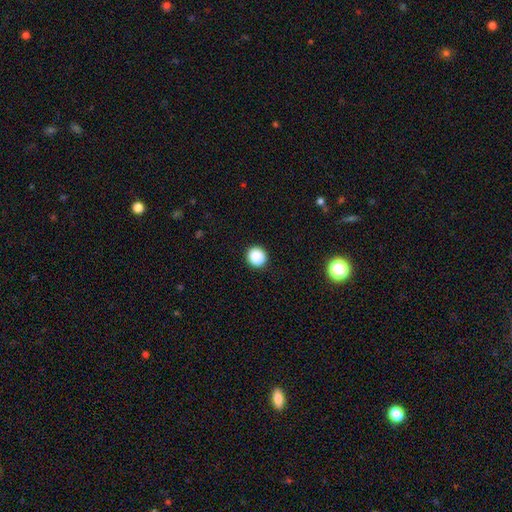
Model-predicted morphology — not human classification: Smooth or featured? smooth (88%)
How rounded? round (90%)
Merging? none (92%)